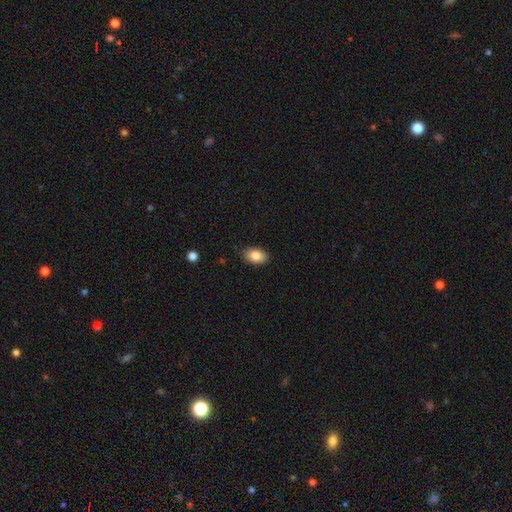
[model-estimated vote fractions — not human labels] Morphology: type=smooth (85%); roundness=in between (89%); merging=none (87%).